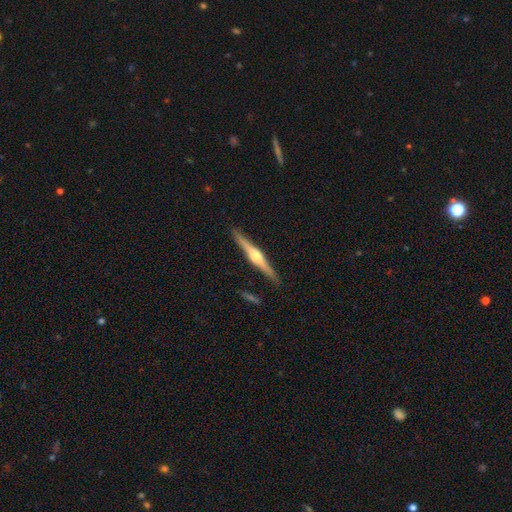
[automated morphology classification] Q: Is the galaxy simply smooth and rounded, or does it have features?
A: featured or disk — 79%.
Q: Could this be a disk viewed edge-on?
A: yes — 98%.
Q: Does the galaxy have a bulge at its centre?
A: rounded — 91%.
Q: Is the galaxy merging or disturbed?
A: none — 91%.